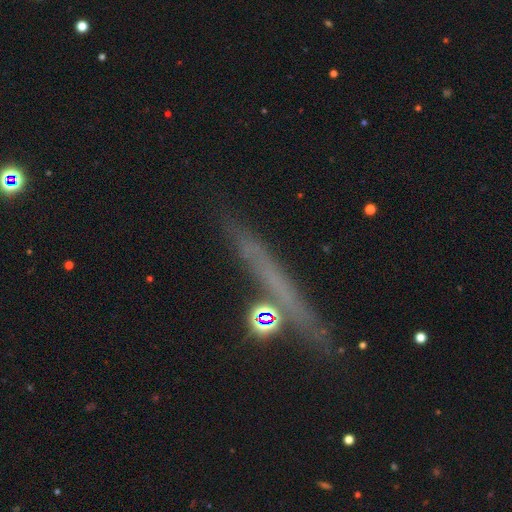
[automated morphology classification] featured or disk 40%, smooth 38%, star or artifact 22%. Down the decision tree: merging — none (76%).